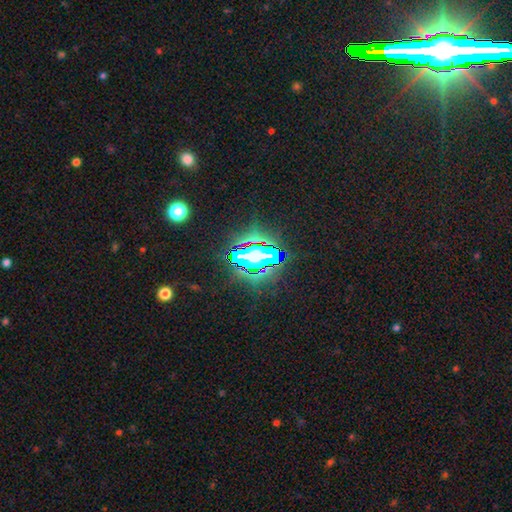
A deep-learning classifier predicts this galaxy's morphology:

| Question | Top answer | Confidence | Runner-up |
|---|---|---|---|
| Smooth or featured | star or artifact | 69% | smooth (20%) |